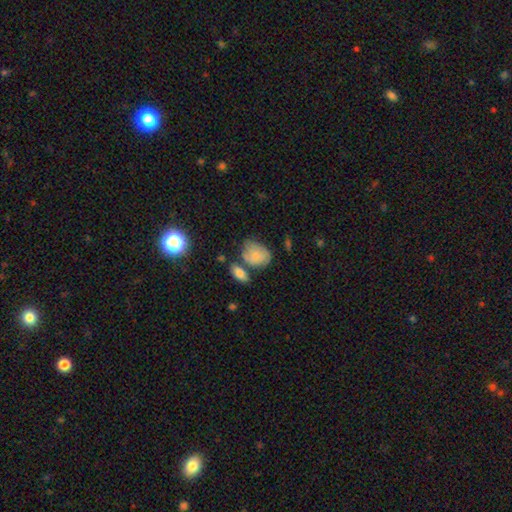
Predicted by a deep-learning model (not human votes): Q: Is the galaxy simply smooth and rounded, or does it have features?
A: smooth — 71%.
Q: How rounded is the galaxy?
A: in between — 63%.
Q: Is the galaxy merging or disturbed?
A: none — 47%.